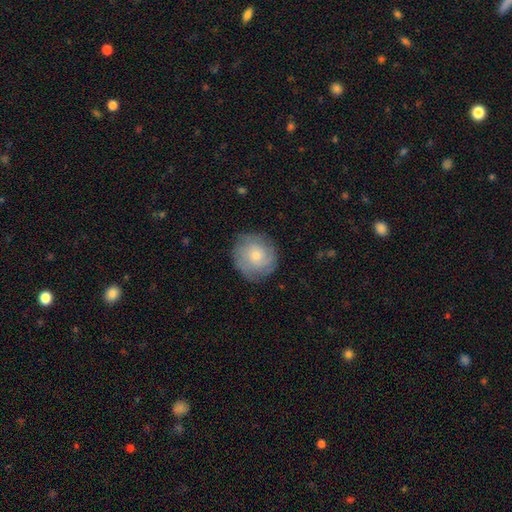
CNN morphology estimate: A smooth galaxy with no disk features (55%) that is round (88%).

Vote fractions:
- Smooth or featured? smooth: 55% / featured or disk: 38% / star or artifact: 7%
- How rounded? round: 88% / in between: 11% / cigar-shaped: 1%
- Merging? none: 80% / minor disturbance: 15% / major disturbance: 4% / merger: 1%